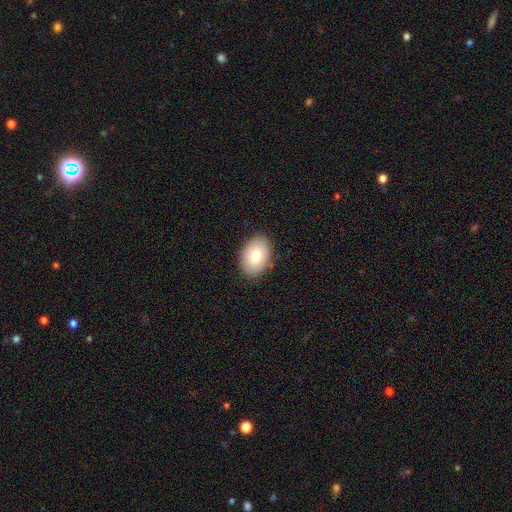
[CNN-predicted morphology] Smooth or featured?
  - smooth: 78% *
  - featured or disk: 14%
  - star or artifact: 8%
How rounded?
  - in between: 80% *
  - round: 19%
  - cigar-shaped: 1%
Merging?
  - none: 88% *
  - minor disturbance: 9%
  - major disturbance: 2%
  - merger: 1%